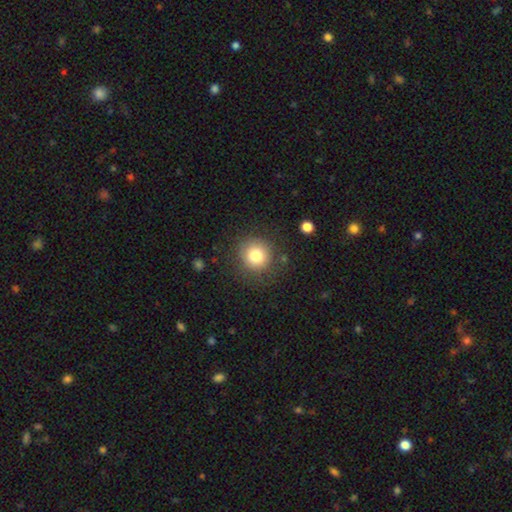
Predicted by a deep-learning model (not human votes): A smooth galaxy with no disk features (80%) that is round (93%). Merging: none (83%).